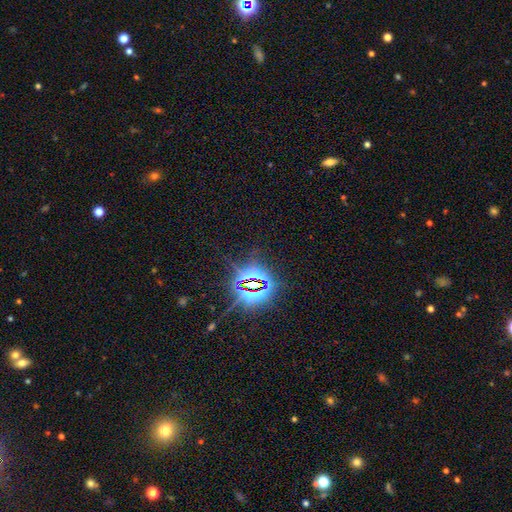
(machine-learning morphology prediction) smooth-or-featured: star or artifact: 83% | smooth: 10% | featured or disk: 7%